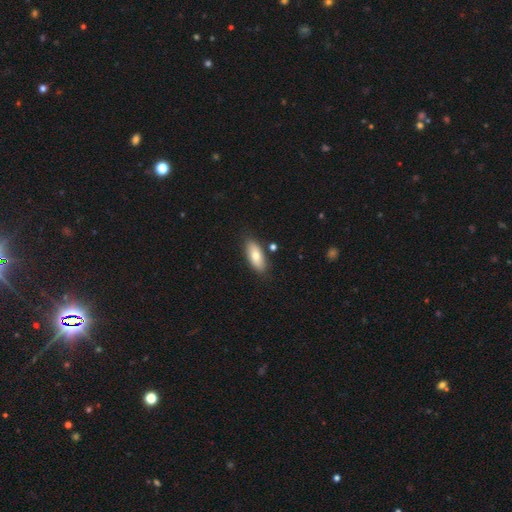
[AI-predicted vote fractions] Smooth or featured? smooth (74%)
How rounded? in between (82%)
Merging? none (83%)